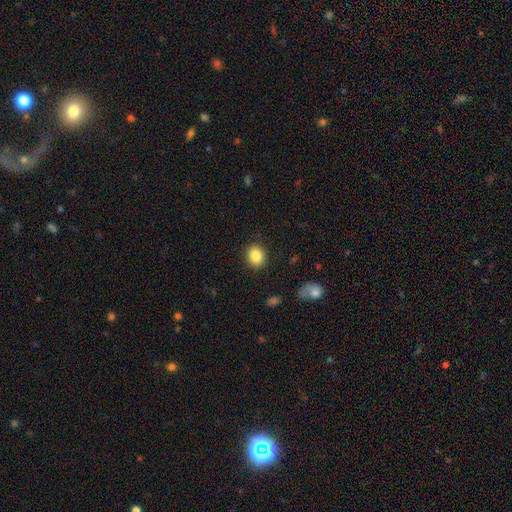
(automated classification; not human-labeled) This is clearly a smooth galaxy (86%). How rounded: likely round (64%). Merging: clearly none (89%).